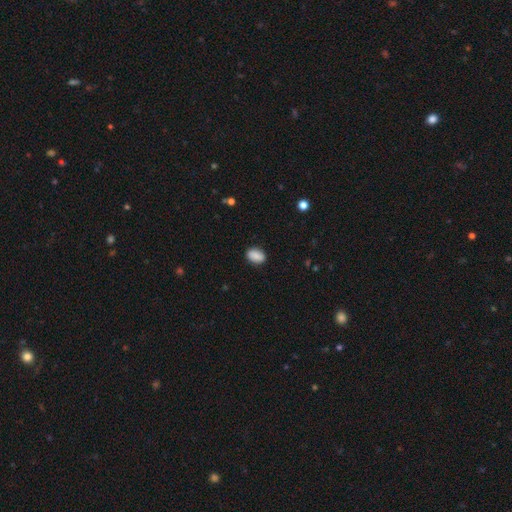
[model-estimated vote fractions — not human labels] Smooth or featured? Predicted: smooth (p=0.88). How rounded? Predicted: in between (p=0.87). Merging? Predicted: none (p=0.87).